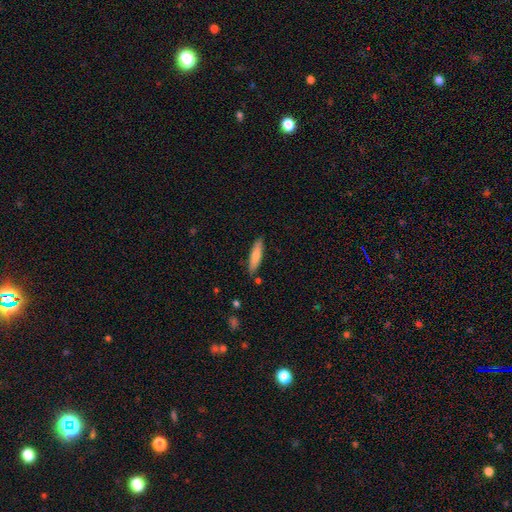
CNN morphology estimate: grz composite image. It shows a smooth galaxy with no disk features (73%) that is cigar-shaped (72%). Merging: none (85%).